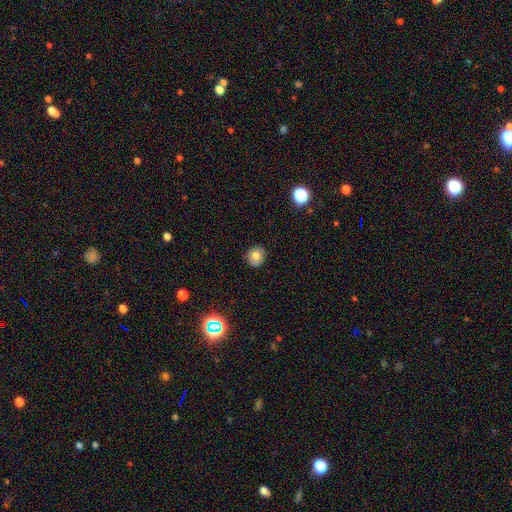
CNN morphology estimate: type=smooth (76%); roundness=round (76%); merging=none (86%).